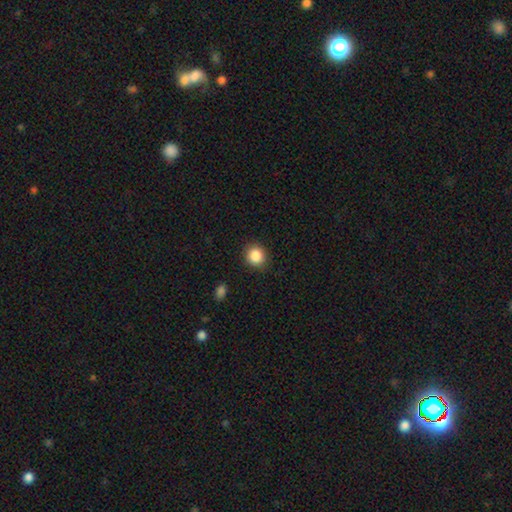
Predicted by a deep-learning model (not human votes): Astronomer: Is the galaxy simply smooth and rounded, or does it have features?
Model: smooth — 87%.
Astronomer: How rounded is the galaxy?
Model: round — 87%.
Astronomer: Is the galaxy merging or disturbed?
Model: none — 89%.